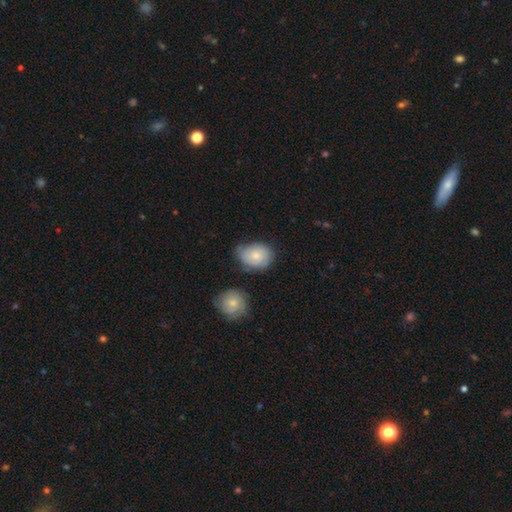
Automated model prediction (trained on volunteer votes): smooth-or-featured: smooth: 69% | featured or disk: 24% | star or artifact: 7%
  how-rounded: in between: 65% | round: 34% | cigar-shaped: 1%
  merging: none: 58% | minor disturbance: 28% | merger: 7% | major disturbance: 7%